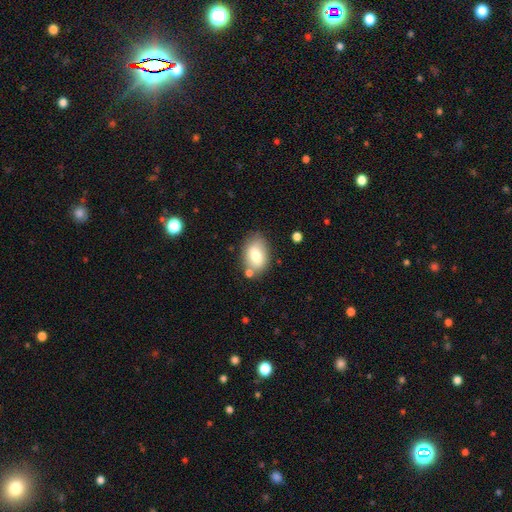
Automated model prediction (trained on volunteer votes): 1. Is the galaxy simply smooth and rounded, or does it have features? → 74% smooth, 18% featured or disk, 8% star or artifact.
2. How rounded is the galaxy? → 86% in between, 12% round, 2% cigar-shaped.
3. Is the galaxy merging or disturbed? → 71% none, 16% minor disturbance, 9% merger, 4% major disturbance.